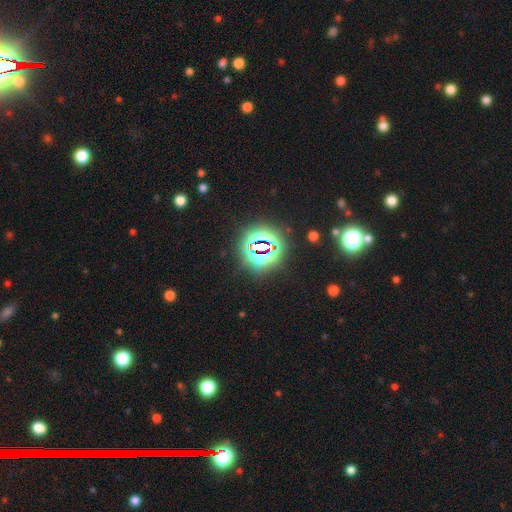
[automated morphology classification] Smooth or featured? star or artifact (78%)